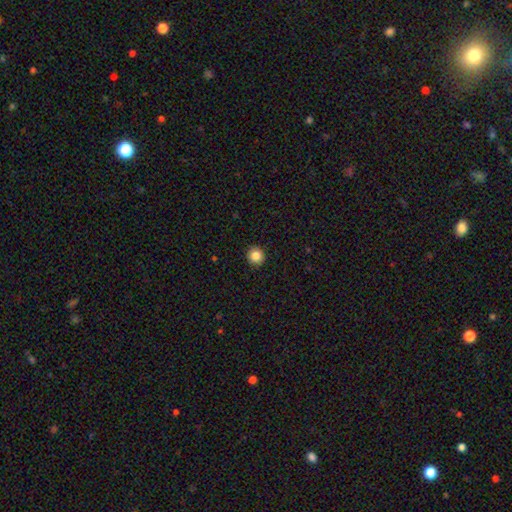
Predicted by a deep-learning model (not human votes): A smooth galaxy with no disk features (85%) that is round (94%). Merging: none (92%).